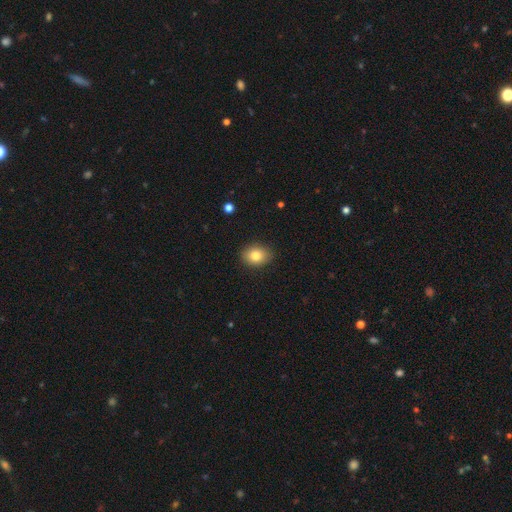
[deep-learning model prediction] Smooth or featured? smooth (82%)
How rounded? in between (59%)
Merging? none (88%)